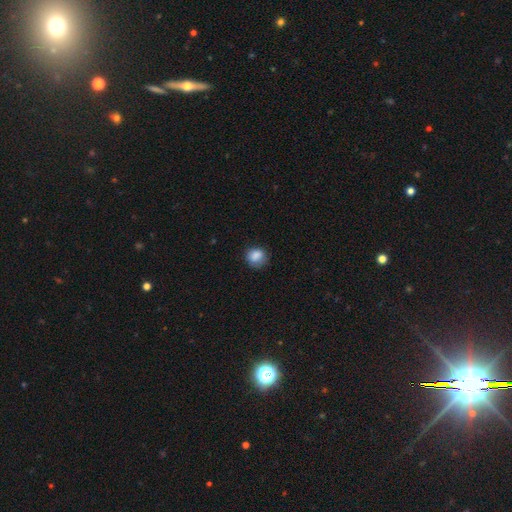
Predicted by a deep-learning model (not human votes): Q: Smooth or featured?
A: smooth (86%); runner-up: star or artifact (9%)
Q: How rounded?
A: round (76%); runner-up: in between (23%)
Q: Merging?
A: none (71%); runner-up: minor disturbance (22%)